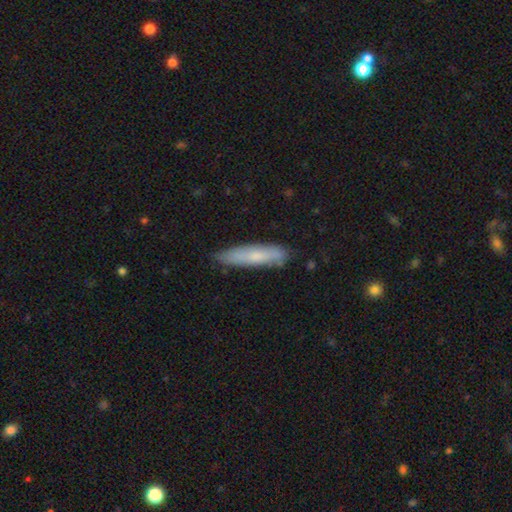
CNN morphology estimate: This appears to be a smooth galaxy with no disk features (65%) that is cigar-shaped (81%). Merging: none (79%).